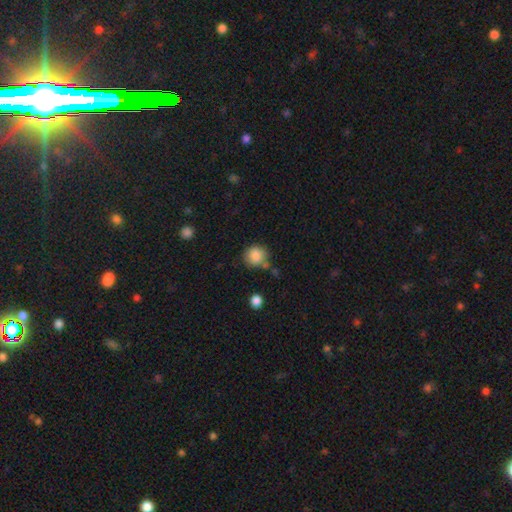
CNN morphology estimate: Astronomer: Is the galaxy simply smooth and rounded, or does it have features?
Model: smooth — 86%.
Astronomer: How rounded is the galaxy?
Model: round — 88%.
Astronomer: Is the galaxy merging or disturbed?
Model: none — 67%.